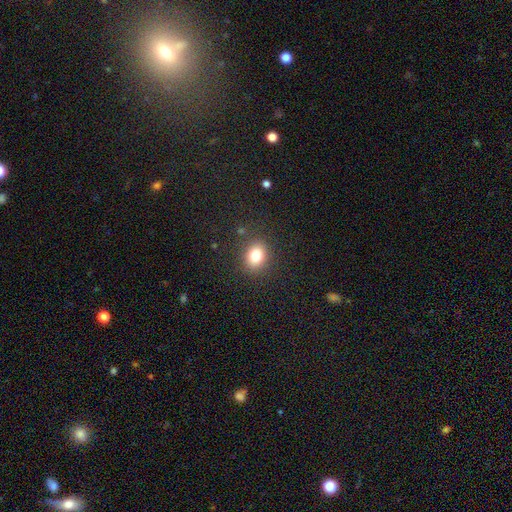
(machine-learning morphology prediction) smooth 79%, star or artifact 12%, featured or disk 9%. Down the decision tree: how rounded — round (52%); merging — none (86%).